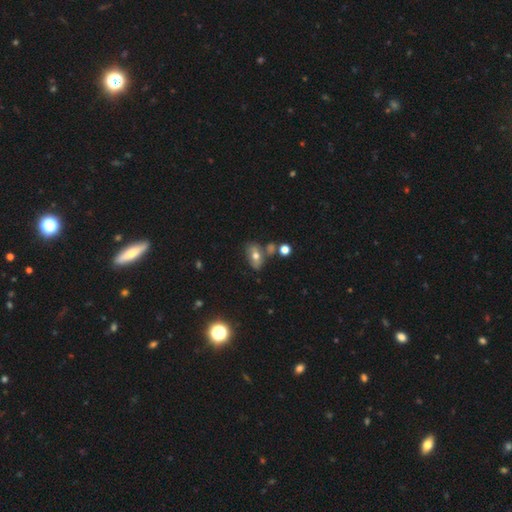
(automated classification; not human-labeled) Smooth or featured? Predicted: smooth (p=0.56). How rounded? Predicted: in between (p=0.84). Merging? Predicted: none (p=0.57).